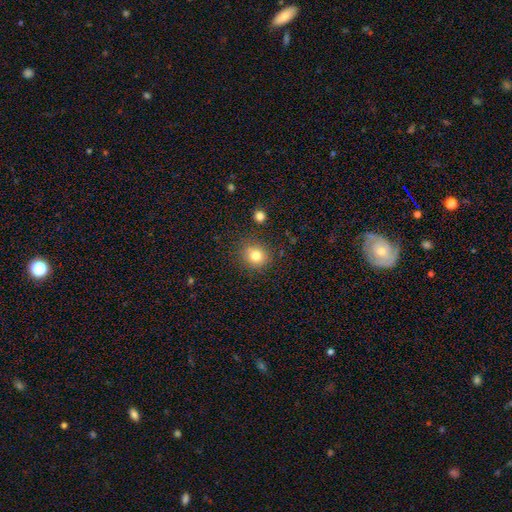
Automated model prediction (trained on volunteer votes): Smooth or featured: smooth — 80% (star or artifact — 12%)
How rounded: round — 77% (in between — 22%)
Merging: none — 83% (minor disturbance — 11%)